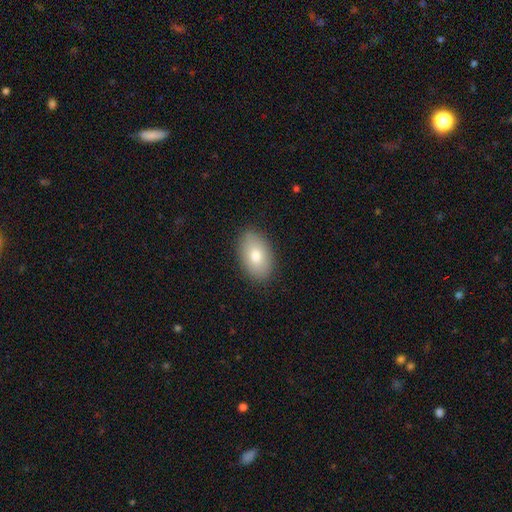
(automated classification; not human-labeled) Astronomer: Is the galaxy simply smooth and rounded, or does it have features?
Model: smooth — 78%.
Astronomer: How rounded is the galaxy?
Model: in between — 92%.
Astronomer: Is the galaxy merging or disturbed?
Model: none — 88%.